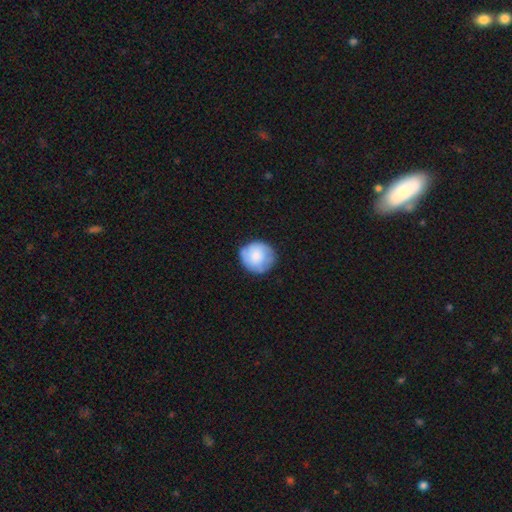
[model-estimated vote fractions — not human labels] Overall: smooth (73%). How rounded: round (88%). Merging: none (76%).